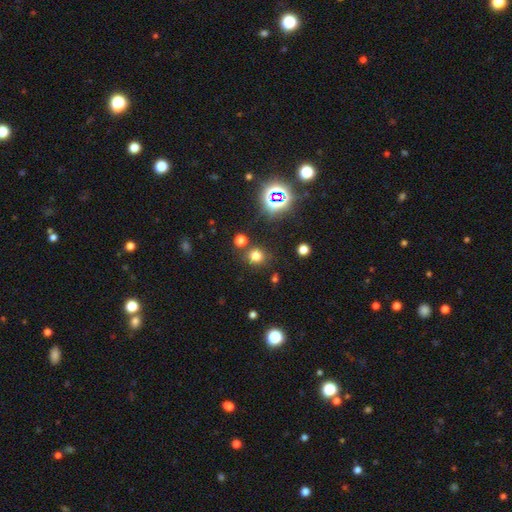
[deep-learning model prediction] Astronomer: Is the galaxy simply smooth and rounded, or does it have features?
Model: smooth — 70%.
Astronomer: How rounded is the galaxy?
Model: round — 84%.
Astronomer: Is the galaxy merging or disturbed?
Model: none — 79%.